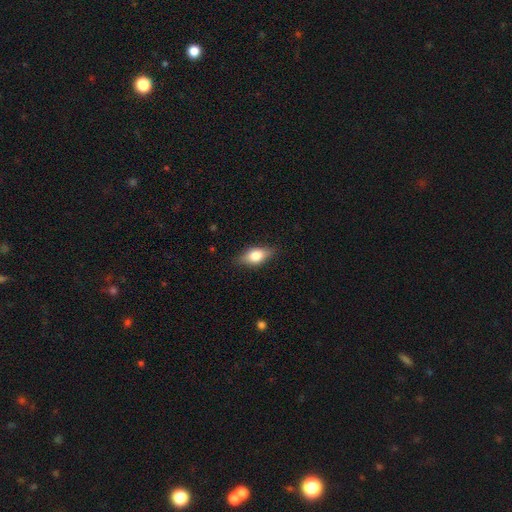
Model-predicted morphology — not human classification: The model was most divided on "smooth or featured": smooth: 68%, featured or disk: 25%, star or artifact: 8%. More confident: merging — none (82%); how rounded — in between (81%).